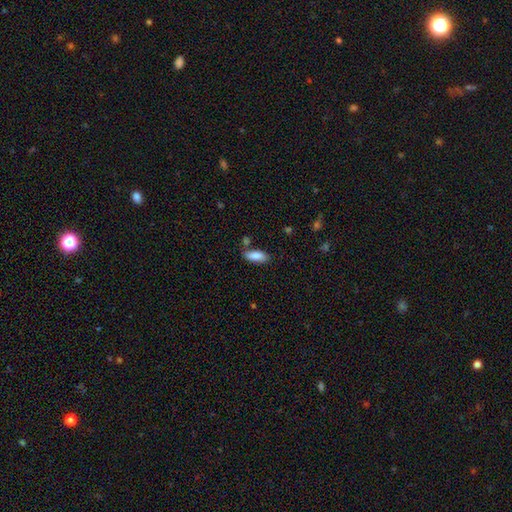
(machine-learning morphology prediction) Smooth or featured: smooth — 86% (featured or disk — 8%)
How rounded: in between — 77% (cigar-shaped — 21%)
Merging: none — 75% (minor disturbance — 14%)